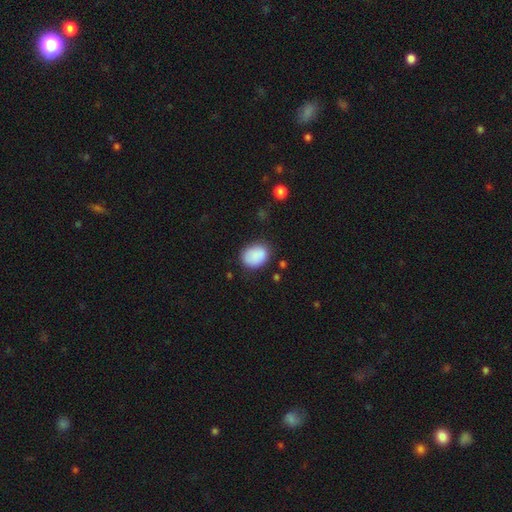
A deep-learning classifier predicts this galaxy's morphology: Q: Smooth or featured?
A: smooth (88%); runner-up: star or artifact (8%)
Q: How rounded?
A: in between (60%); runner-up: round (39%)
Q: Merging?
A: none (78%); runner-up: minor disturbance (16%)